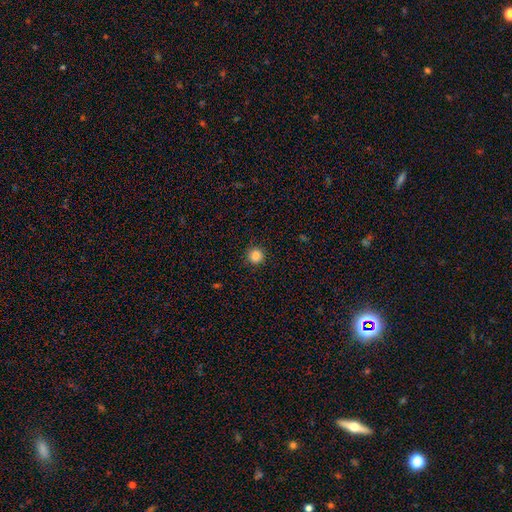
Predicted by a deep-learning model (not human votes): Smooth or featured? Predicted: smooth (p=0.86). How rounded? Predicted: round (p=0.94). Merging? Predicted: none (p=0.91).